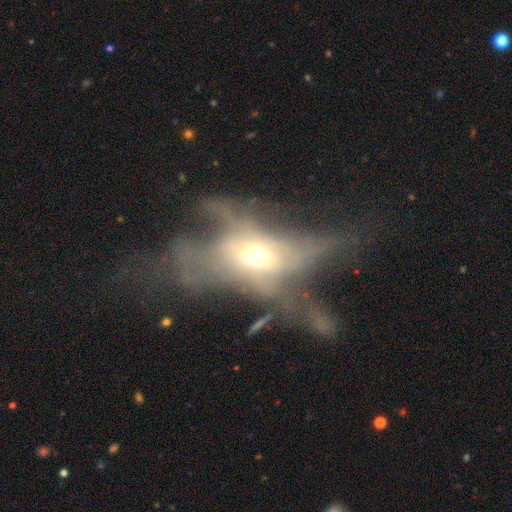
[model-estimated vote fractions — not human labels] Smooth or featured: featured or disk — 63% (smooth — 25%)
Edge-on disk: no — 70% (yes — 30%)
Merging: major disturbance — 65% (none — 13%)